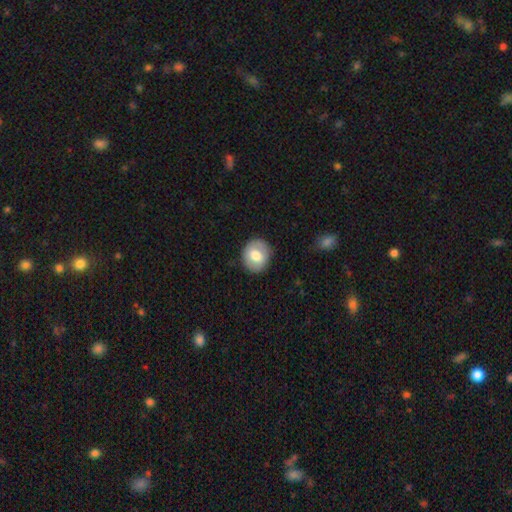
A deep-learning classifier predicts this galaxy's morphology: A smooth galaxy with no disk features (67%) that is round (74%).

Vote fractions:
- Smooth or featured? smooth: 67% / featured or disk: 26% / star or artifact: 7%
- How rounded? round: 74% / in between: 25% / cigar-shaped: 1%
- Merging? none: 86% / minor disturbance: 10% / major disturbance: 3% / merger: 1%